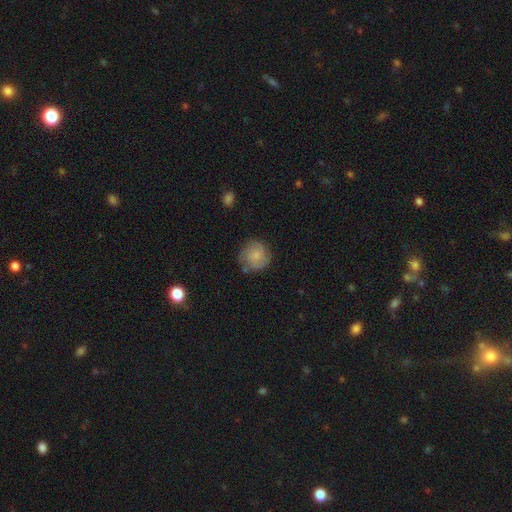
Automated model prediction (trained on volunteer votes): smooth-or-featured: smooth: 61% | featured or disk: 31% | star or artifact: 8%
  how-rounded: round: 89% | in between: 10% | cigar-shaped: 1%
  merging: none: 69% | minor disturbance: 21% | major disturbance: 7% | merger: 3%